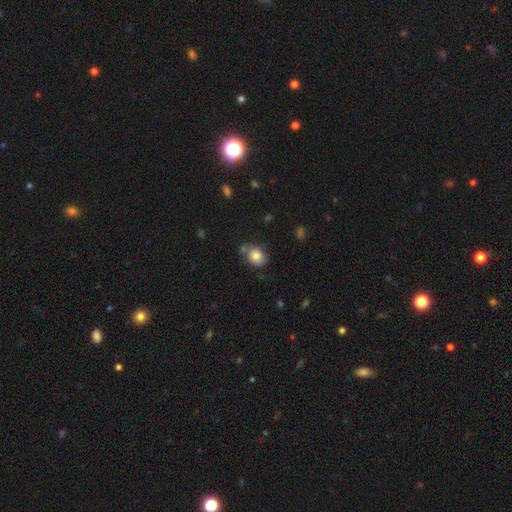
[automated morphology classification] Smooth or featured?
  - smooth: 81% *
  - featured or disk: 10%
  - star or artifact: 9%
How rounded?
  - in between: 59% *
  - round: 40%
  - cigar-shaped: 1%
Merging?
  - none: 67% *
  - minor disturbance: 18%
  - merger: 10%
  - major disturbance: 5%